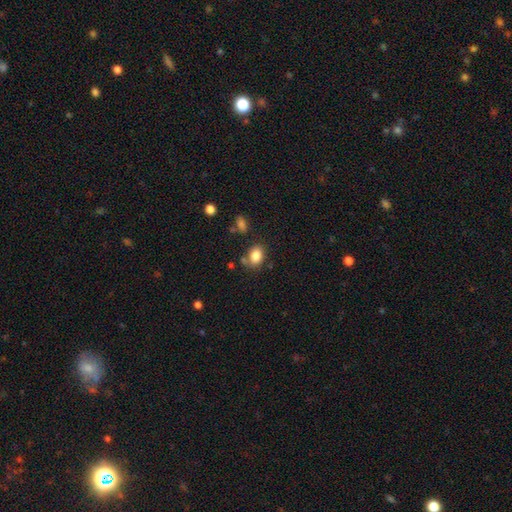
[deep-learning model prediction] Smooth or featured?
  - smooth: 84% *
  - star or artifact: 10%
  - featured or disk: 7%
How rounded?
  - in between: 66% *
  - round: 33%
  - cigar-shaped: 1%
Merging?
  - none: 70% *
  - minor disturbance: 17%
  - merger: 9%
  - major disturbance: 5%